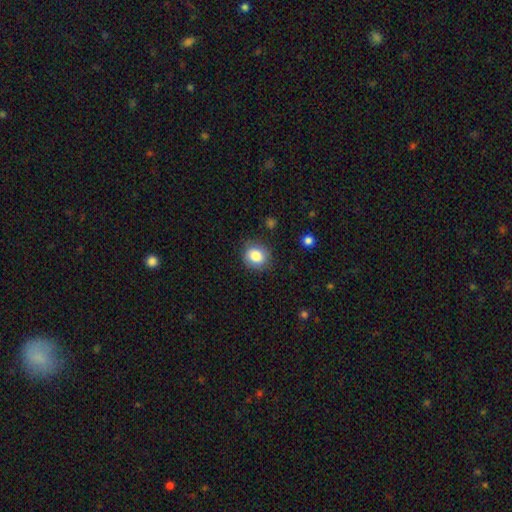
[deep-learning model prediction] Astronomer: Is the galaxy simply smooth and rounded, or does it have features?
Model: smooth — 84%.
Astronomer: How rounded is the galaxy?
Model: round — 71%.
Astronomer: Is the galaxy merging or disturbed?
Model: none — 82%.